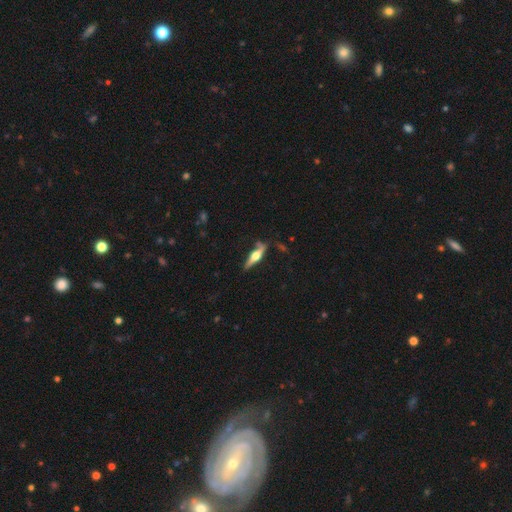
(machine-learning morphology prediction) Smooth or featured?
  - featured or disk: 63% *
  - smooth: 32%
  - star or artifact: 5%
Edge-on disk?
  - yes: 92% *
  - no: 8%
Edge-on bulge?
  - rounded: 93% *
  - boxy: 5%
  - none: 2%
Merging?
  - none: 71% *
  - minor disturbance: 20%
  - major disturbance: 6%
  - merger: 3%